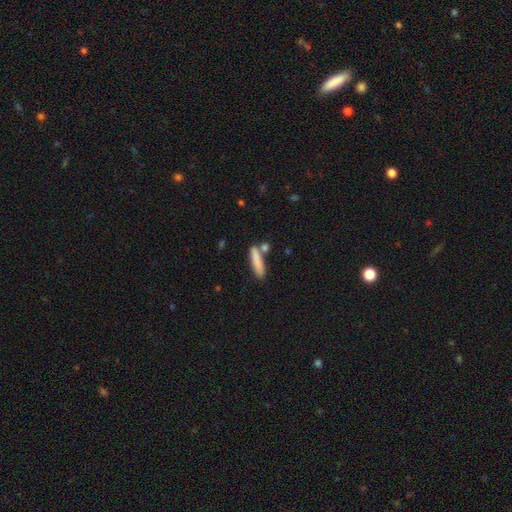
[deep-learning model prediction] smooth 65%, featured or disk 19%, star or artifact 15%. Down the decision tree: how rounded — cigar-shaped (79%); merging — none (67%).